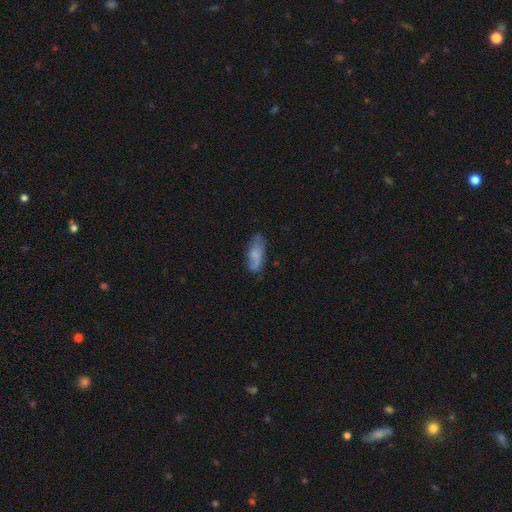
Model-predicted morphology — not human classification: Smooth or featured? smooth (69%)
How rounded? in between (76%)
Merging? none (58%)